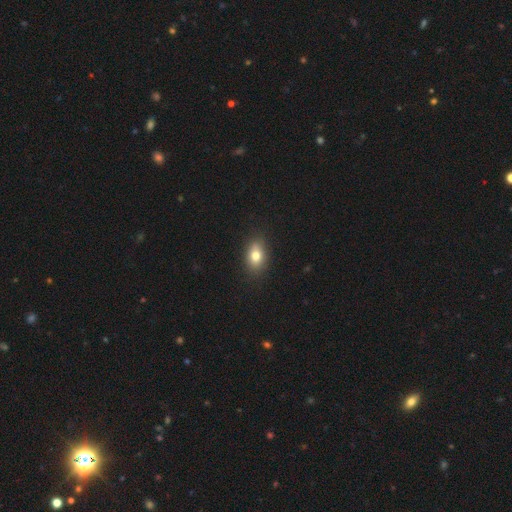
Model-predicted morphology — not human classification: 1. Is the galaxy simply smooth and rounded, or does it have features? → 77% smooth, 13% featured or disk, 10% star or artifact.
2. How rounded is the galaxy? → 80% in between, 17% round, 3% cigar-shaped.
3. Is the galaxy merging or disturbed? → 84% none, 12% minor disturbance, 3% major disturbance, 1% merger.